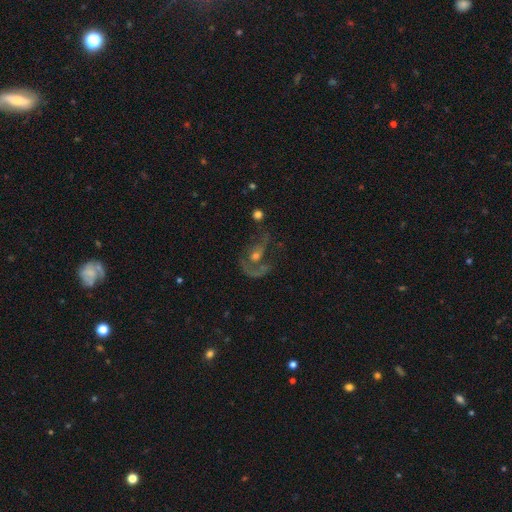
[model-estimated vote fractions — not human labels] Q: Smooth or featured?
A: featured or disk (70%); runner-up: star or artifact (16%)
Q: Edge-on disk?
A: no (96%); runner-up: yes (4%)
Q: Bar?
A: no (67%); runner-up: weak (24%)
Q: Spiral arms?
A: yes (75%); runner-up: no (25%)
Q: Spiral winding?
A: loose (50%); runner-up: medium (36%)
Q: Spiral arm count?
A: 1 (46%); runner-up: 2 (38%)
Q: Bulge size?
A: moderate (51%); runner-up: small (37%)
Q: Merging?
A: major disturbance (39%); runner-up: none (37%)